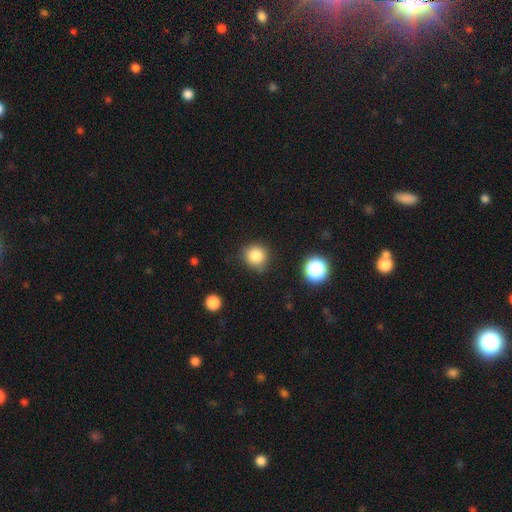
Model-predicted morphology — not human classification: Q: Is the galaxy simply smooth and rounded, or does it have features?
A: smooth — 83%.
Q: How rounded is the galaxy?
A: round — 91%.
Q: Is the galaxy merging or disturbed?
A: none — 82%.